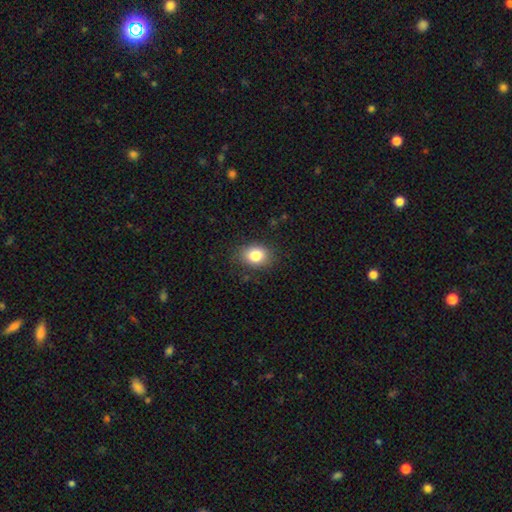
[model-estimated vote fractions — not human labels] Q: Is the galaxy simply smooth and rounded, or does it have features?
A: smooth — 82%.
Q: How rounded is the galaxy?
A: in between — 59%.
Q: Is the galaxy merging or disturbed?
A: none — 84%.